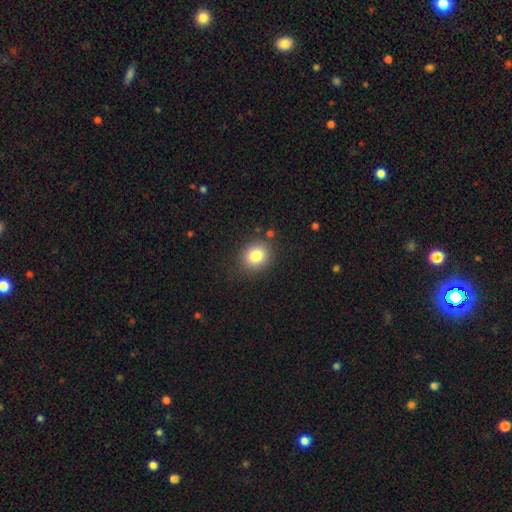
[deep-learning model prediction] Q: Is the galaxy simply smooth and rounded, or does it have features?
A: smooth — 83%.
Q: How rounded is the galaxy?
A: round — 70%.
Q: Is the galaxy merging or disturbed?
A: none — 84%.